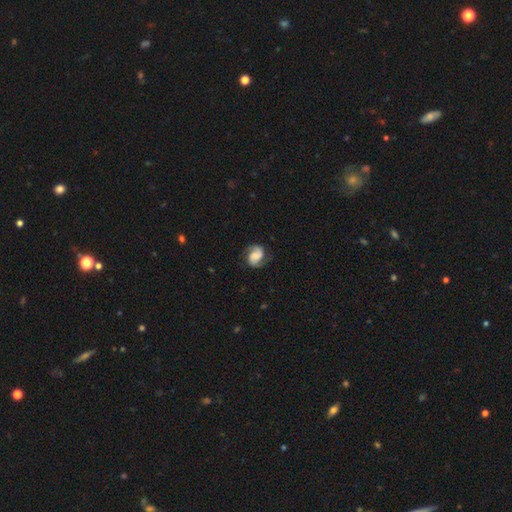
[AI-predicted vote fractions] featured or disk 77%, smooth 16%, star or artifact 7%. Down the decision tree: edge-on disk — no (98%); bar — no (46%); spiral arms — yes (96%); spiral arm count — 2 (91%); spiral winding — medium (49%); bulge size — none (31%); merging — none (78%).